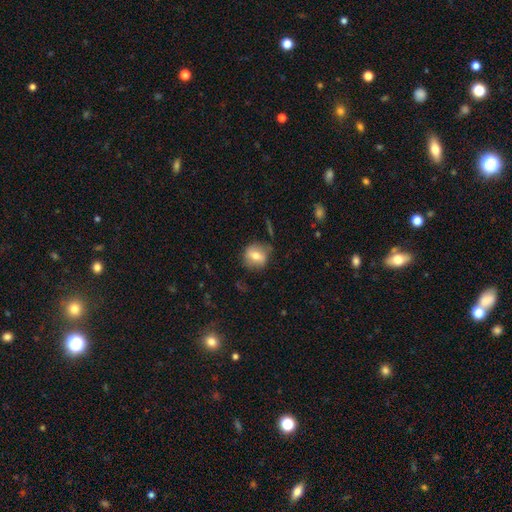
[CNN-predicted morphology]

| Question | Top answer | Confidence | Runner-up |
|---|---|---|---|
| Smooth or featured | smooth | 62% | featured or disk (29%) |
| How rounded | round | 76% | in between (22%) |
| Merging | none | 75% | minor disturbance (17%) |